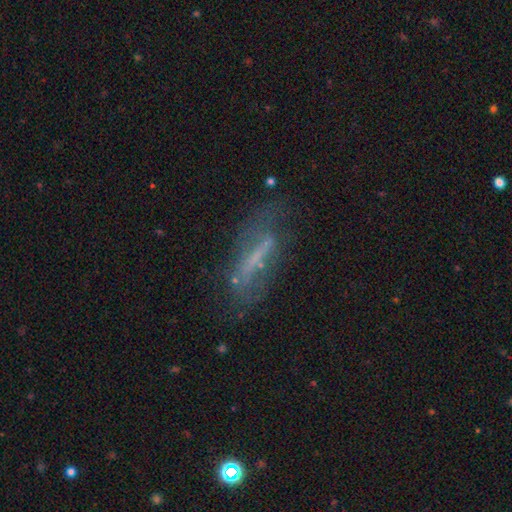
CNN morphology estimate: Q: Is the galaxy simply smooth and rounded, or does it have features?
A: featured or disk — 55%.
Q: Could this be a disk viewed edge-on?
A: no — 66%.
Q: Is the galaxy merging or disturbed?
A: none — 56%.